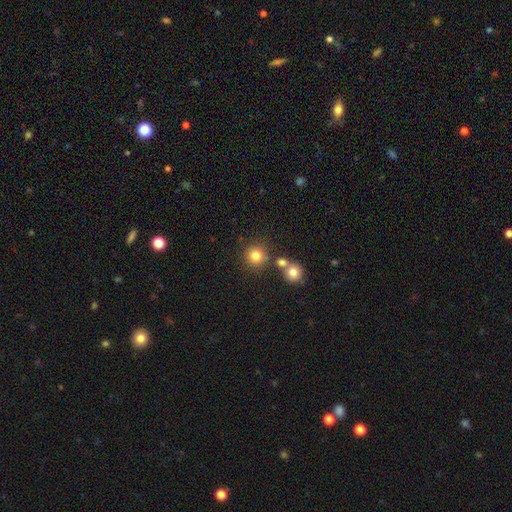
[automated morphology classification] The model was most divided on "merging": none: 71%, merger: 16%, minor disturbance: 9%, major disturbance: 4%. More confident: how rounded — round (90%); smooth or featured — smooth (80%).